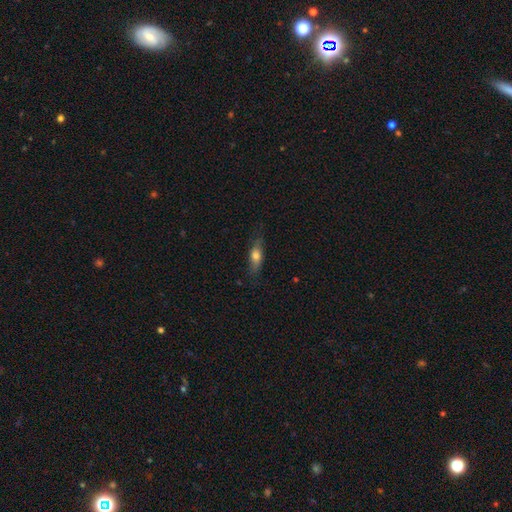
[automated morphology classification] smooth-or-featured: smooth: 65% | featured or disk: 27% | star or artifact: 7%
  how-rounded: in between: 61% | cigar-shaped: 34% | round: 5%
  merging: none: 71% | minor disturbance: 22% | major disturbance: 5% | merger: 1%